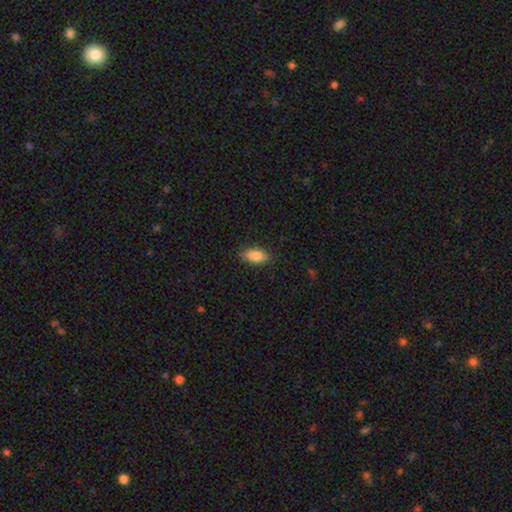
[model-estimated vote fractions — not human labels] A smooth galaxy with no disk features (85%) that is in between round and cigar-shaped (86%). Merging: none (85%).